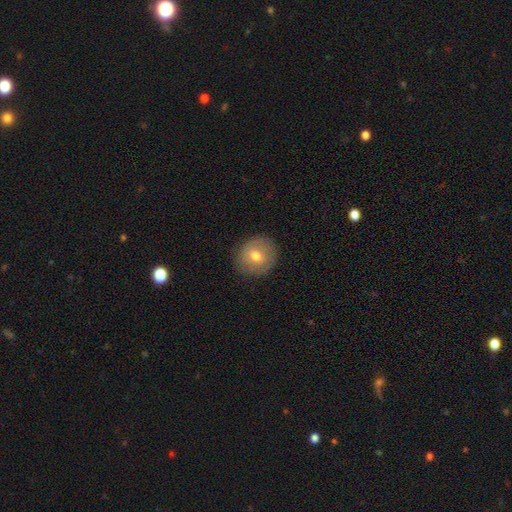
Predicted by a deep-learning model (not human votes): Overall: smooth (65%; featured or disk 26%). How rounded: round (86%). Merging: none (85%).